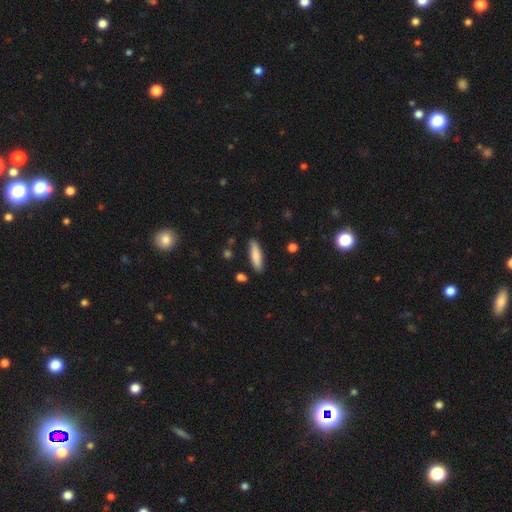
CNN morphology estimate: This appears to be a smooth galaxy with no disk features (83%) that is cigar-shaped (68%). Merging: none (86%).